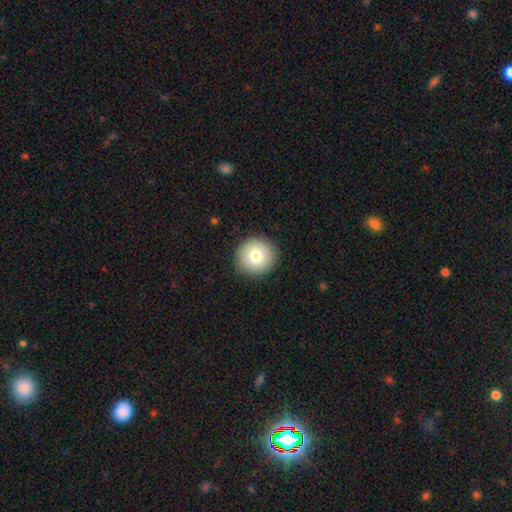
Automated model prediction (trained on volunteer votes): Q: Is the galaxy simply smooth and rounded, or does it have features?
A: smooth — 80%.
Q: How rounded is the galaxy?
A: round — 94%.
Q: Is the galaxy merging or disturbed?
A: none — 91%.